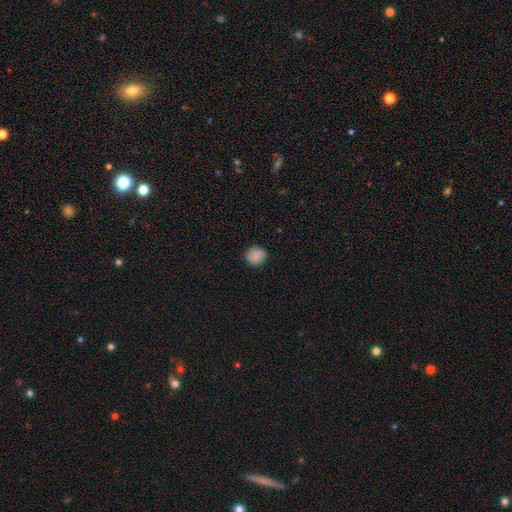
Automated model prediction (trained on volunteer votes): smooth_or_featured: smooth (p=0.85) [alt: star or artifact p=0.08]
how_rounded: round (p=0.88) [alt: in between p=0.11]
merging: none (p=0.87) [alt: minor disturbance p=0.10]